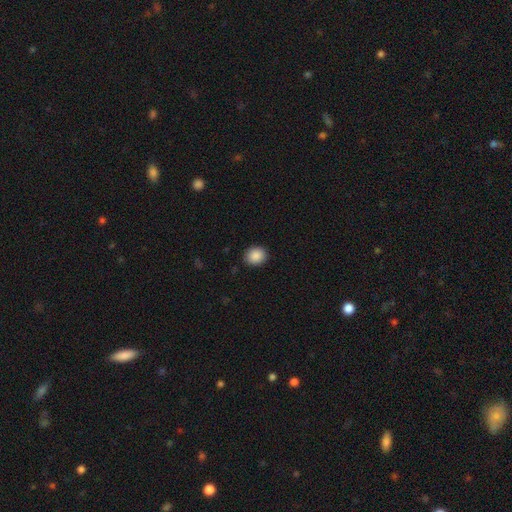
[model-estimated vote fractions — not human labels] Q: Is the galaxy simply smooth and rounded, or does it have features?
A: smooth — 89%.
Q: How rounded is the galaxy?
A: round — 67%.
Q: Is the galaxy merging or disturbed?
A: none — 89%.